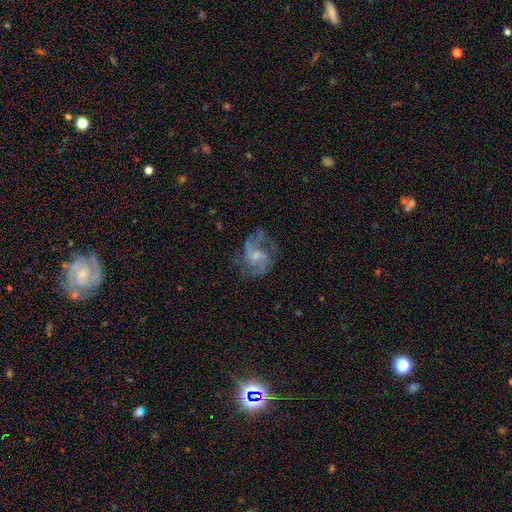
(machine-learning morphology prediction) This appears to be a featured or disk galaxy (72%) with no bar (46%), 2 (58%) medium (45%) spiral arms (83%) and a small central bulge (45%). Merging: none (52%).